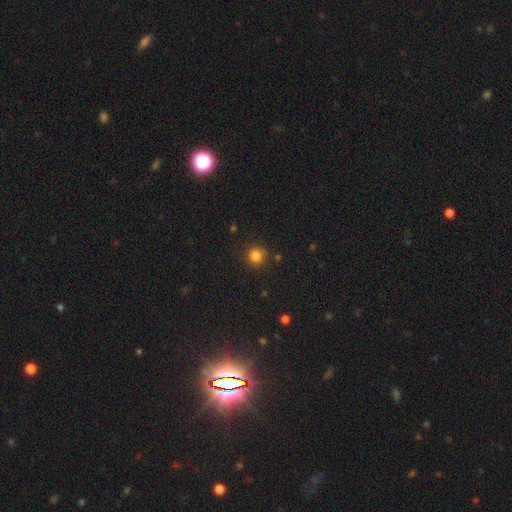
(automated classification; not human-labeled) A smooth galaxy with no disk features (83%) that is round (92%).

Vote fractions:
- Smooth or featured? smooth: 83% / star or artifact: 13% / featured or disk: 4%
- How rounded? round: 92% / in between: 7% / cigar-shaped: 1%
- Merging? none: 88% / minor disturbance: 8% / major disturbance: 2% / merger: 2%